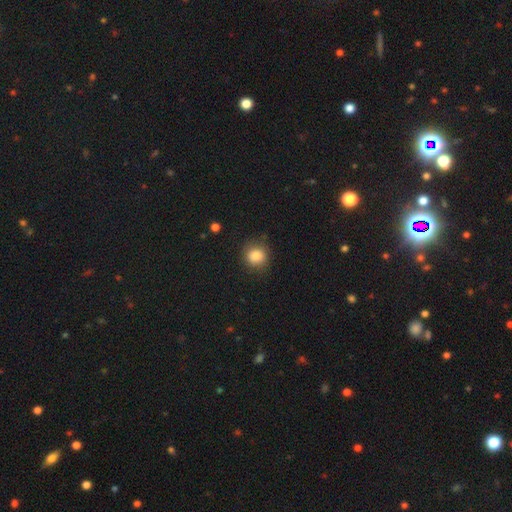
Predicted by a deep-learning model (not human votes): A smooth galaxy with no disk features (84%) that is round (84%). Merging: none (79%).